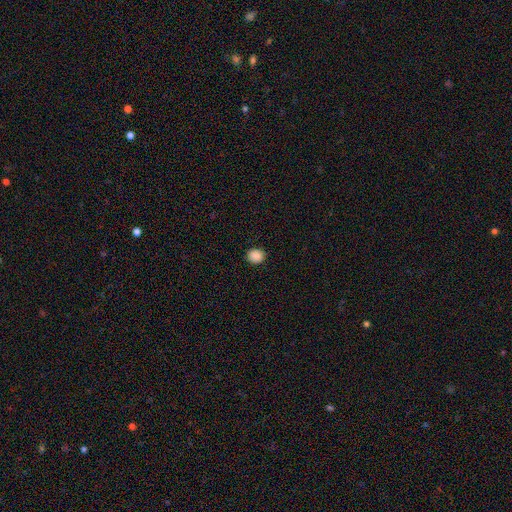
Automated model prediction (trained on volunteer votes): Smooth or featured? smooth (88%)
How rounded? round (75%)
Merging? none (91%)